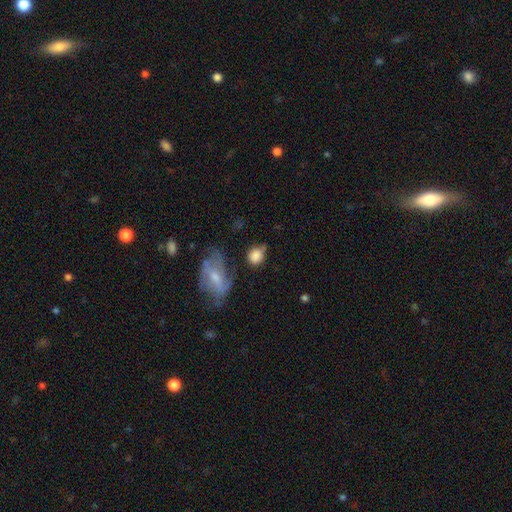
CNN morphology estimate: smooth-or-featured: smooth: 79% | featured or disk: 13% | star or artifact: 9%
  how-rounded: round: 66% | in between: 32% | cigar-shaped: 2%
  merging: none: 53% | minor disturbance: 25% | major disturbance: 13% | merger: 9%